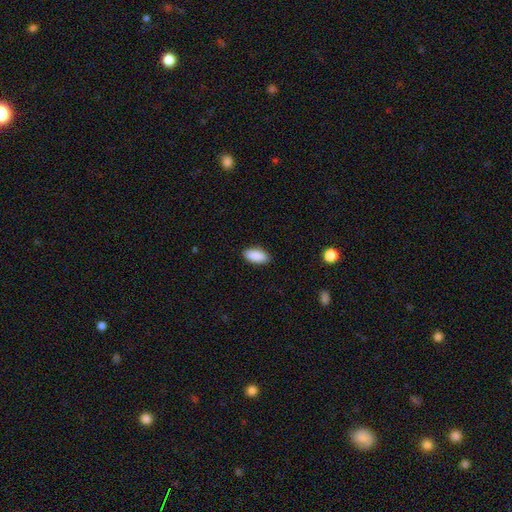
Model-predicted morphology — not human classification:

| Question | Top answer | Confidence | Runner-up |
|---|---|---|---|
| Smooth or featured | smooth | 90% | star or artifact (6%) |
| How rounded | in between | 91% | cigar-shaped (7%) |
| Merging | none | 89% | minor disturbance (8%) |